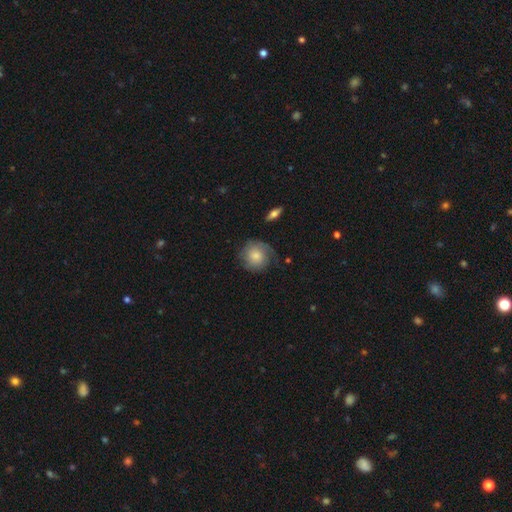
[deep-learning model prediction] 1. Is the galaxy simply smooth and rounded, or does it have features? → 59% smooth, 34% featured or disk, 7% star or artifact.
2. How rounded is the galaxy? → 86% round, 13% in between, 1% cigar-shaped.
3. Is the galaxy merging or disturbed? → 64% none, 23% minor disturbance, 11% major disturbance, 2% merger.